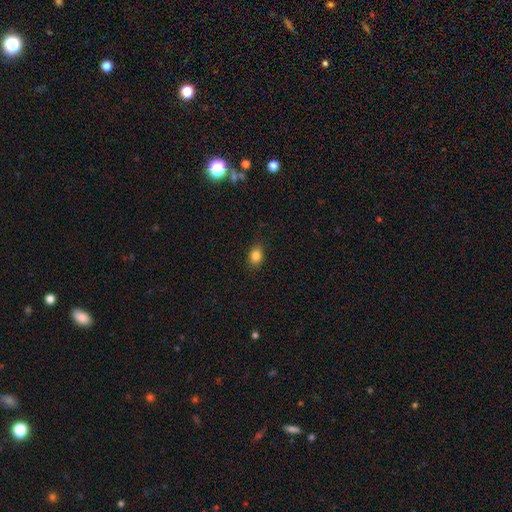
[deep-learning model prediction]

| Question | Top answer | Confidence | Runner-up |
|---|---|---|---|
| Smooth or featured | smooth | 84% | star or artifact (10%) |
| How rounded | in between | 68% | round (31%) |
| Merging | none | 83% | minor disturbance (14%) |